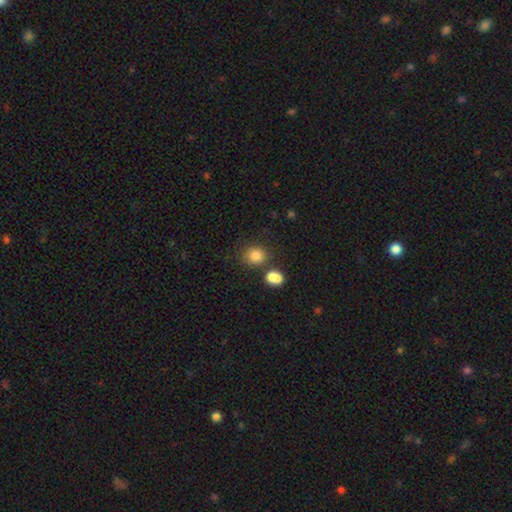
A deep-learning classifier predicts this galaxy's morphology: Q: Smooth or featured?
A: smooth (82%); runner-up: star or artifact (12%)
Q: How rounded?
A: round (83%); runner-up: in between (16%)
Q: Merging?
A: none (68%); runner-up: merger (19%)